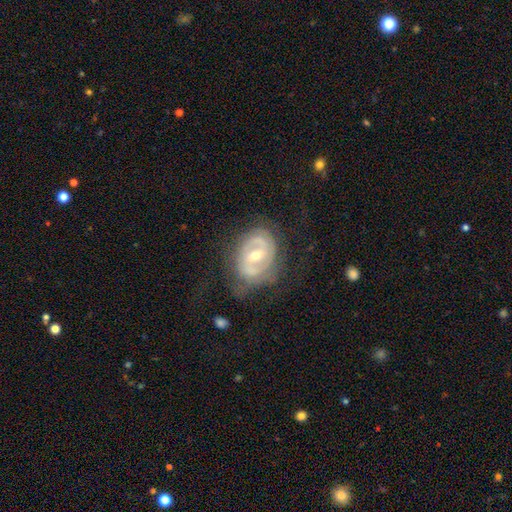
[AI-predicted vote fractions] Smooth or featured?
  - featured or disk: 78% *
  - smooth: 16%
  - star or artifact: 6%
Edge-on disk?
  - no: 95% *
  - yes: 5%
Bar?
  - weak: 43% *
  - strong: 28%
  - no: 28%
Spiral arms?
  - yes: 67% *
  - no: 33%
Spiral winding?
  - tight: 53% *
  - medium: 32%
  - loose: 16%
Spiral arm count?
  - 2: 53% *
  - can't tell: 31%
  - 1: 7%
  - 3: 6%
  - 4: 2%
  - more than 4: 2%
Bulge size?
  - moderate: 60% *
  - small: 35%
  - large: 2%
  - none: 1%
  - dominant: 1%
Merging?
  - none: 59% *
  - minor disturbance: 24%
  - major disturbance: 15%
  - merger: 2%